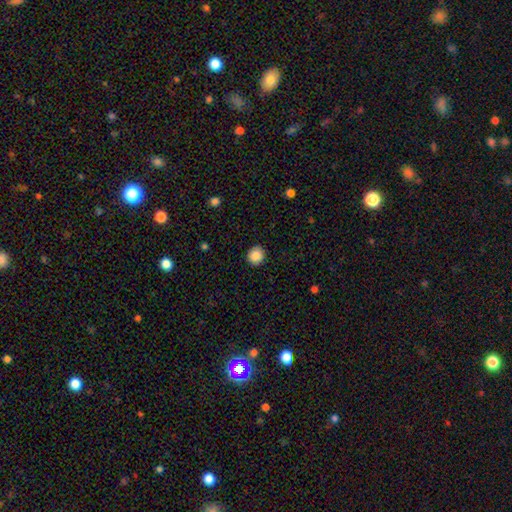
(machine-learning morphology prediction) Smooth or featured? Predicted: smooth (p=0.86). How rounded? Predicted: round (p=0.88). Merging? Predicted: none (p=0.91).